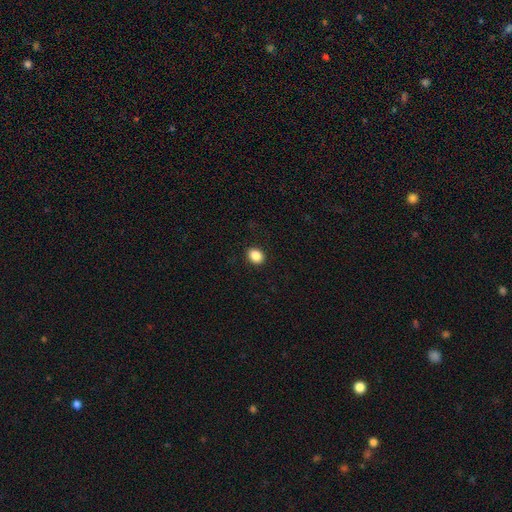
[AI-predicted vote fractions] A smooth galaxy with no disk features (88%) that is in between round and cigar-shaped (51%). Merging: none (91%).